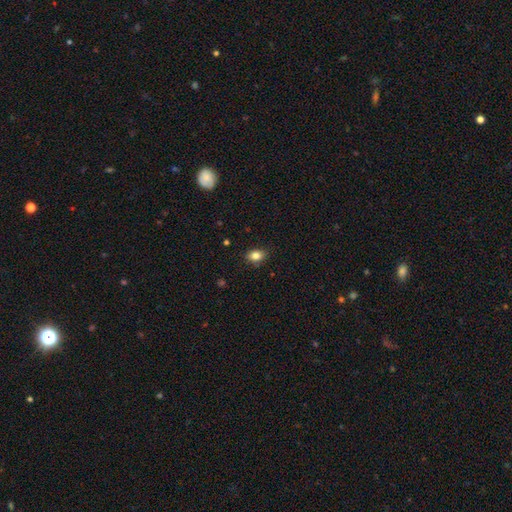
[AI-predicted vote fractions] Smooth or featured? smooth (83%)
How rounded? in between (74%)
Merging? none (83%)